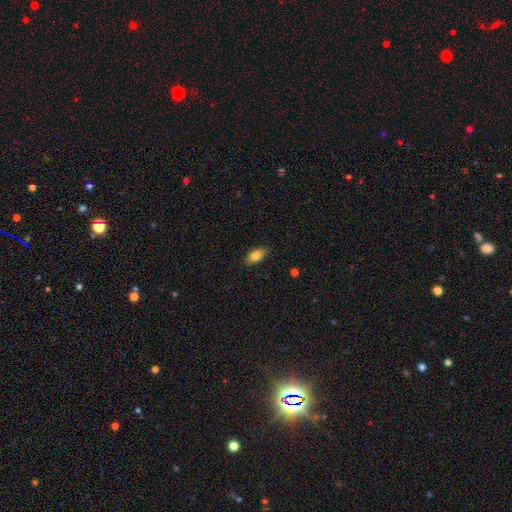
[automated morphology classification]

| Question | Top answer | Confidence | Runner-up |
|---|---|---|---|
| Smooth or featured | smooth | 82% | featured or disk (11%) |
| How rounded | in between | 87% | cigar-shaped (10%) |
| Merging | none | 85% | minor disturbance (11%) |